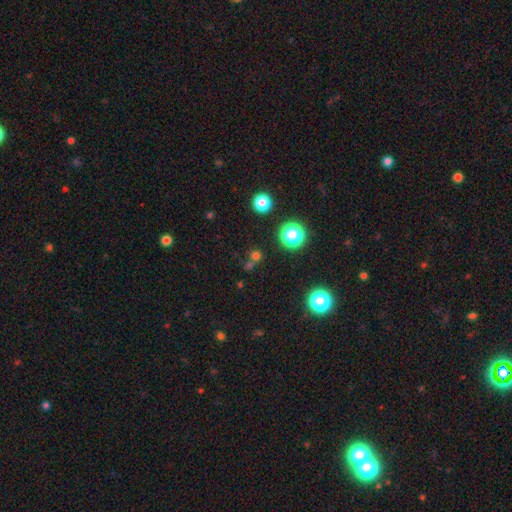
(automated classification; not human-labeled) smooth_or_featured: smooth (p=0.60) [alt: star or artifact p=0.32]
how_rounded: round (p=0.88) [alt: in between p=0.10]
merging: none (p=0.62) [alt: merger p=0.27]